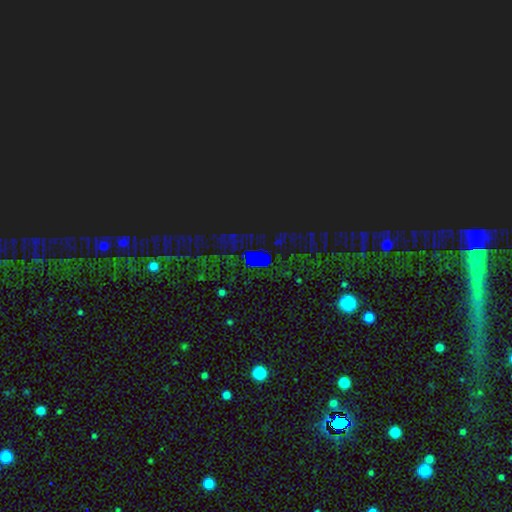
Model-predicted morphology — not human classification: type=star or artifact (82%).